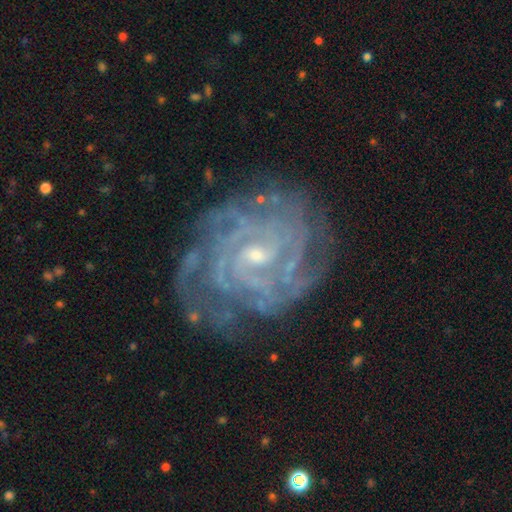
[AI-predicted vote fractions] This is clearly a featured or disk galaxy (89%). It is clearly not viewed edge-on (97%). Bar: possibly weak (46%). Spiral arm pattern: clearly yes (97%). Spiral arm count: marginally can't tell (29%). Spiral winding: likely tight (79%). Central bulge: likely small (69%). Merging: likely none (75%).